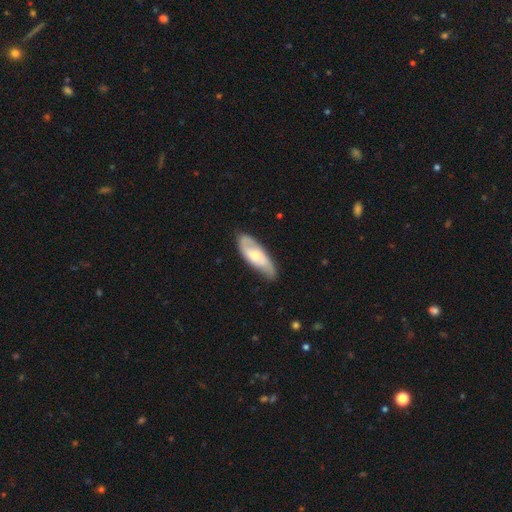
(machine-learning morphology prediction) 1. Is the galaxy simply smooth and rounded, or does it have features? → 52% featured or disk, 43% smooth, 5% star or artifact.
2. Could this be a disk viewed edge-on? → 84% no, 16% yes.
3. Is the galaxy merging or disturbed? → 70% none, 23% minor disturbance, 5% major disturbance, 2% merger.